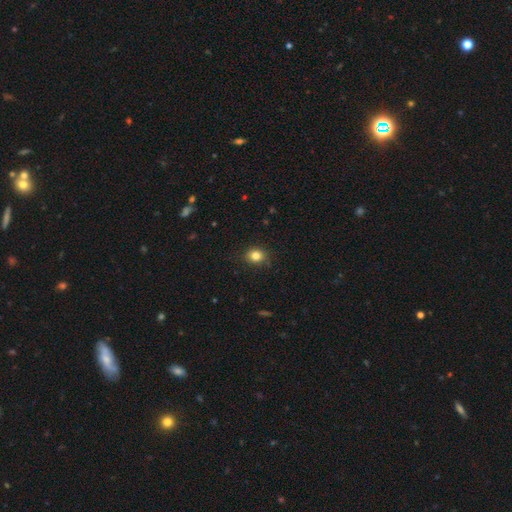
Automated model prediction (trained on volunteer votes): Smooth or featured? Predicted: smooth (p=0.82). How rounded? Predicted: round (p=0.63). Merging? Predicted: none (p=0.84).